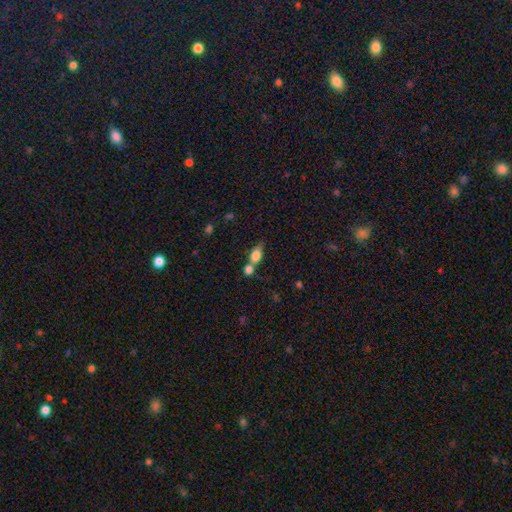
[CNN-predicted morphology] Overall: smooth (70%). How rounded: in between (68%). Merging: merger (43%; none 39%).